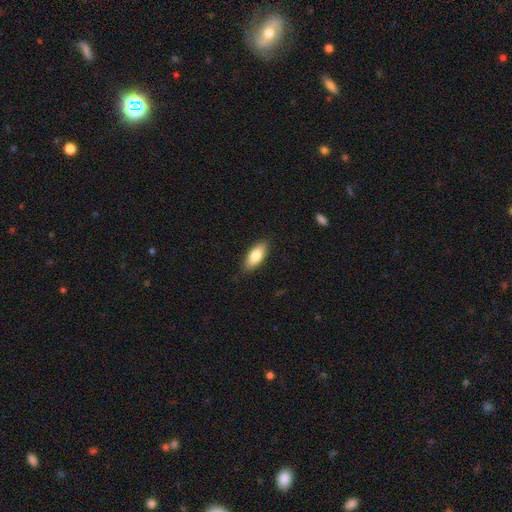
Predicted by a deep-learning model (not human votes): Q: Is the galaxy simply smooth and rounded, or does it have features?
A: smooth — 80%.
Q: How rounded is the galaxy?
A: in between — 81%.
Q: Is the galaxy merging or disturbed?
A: none — 86%.